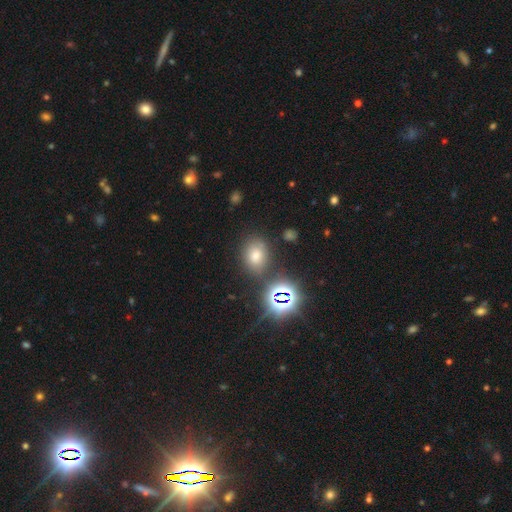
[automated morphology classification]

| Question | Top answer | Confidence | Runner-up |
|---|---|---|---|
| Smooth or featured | smooth | 60% | star or artifact (30%) |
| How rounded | in between | 59% | round (40%) |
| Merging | none | 77% | minor disturbance (13%) |